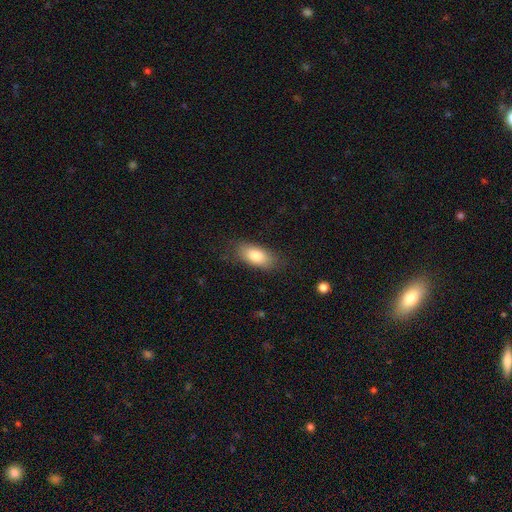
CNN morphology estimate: Smooth or featured: smooth — 81% (featured or disk — 12%)
How rounded: in between — 87% (cigar-shaped — 10%)
Merging: none — 80% (minor disturbance — 14%)